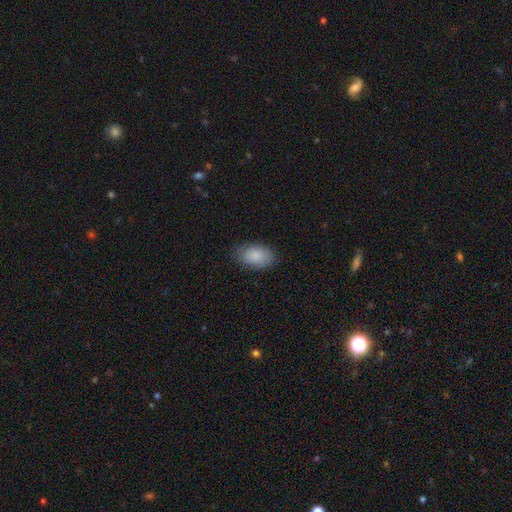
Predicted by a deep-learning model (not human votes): smooth 87%, featured or disk 7%, star or artifact 6%. Down the decision tree: how rounded — in between (91%); merging — none (81%).